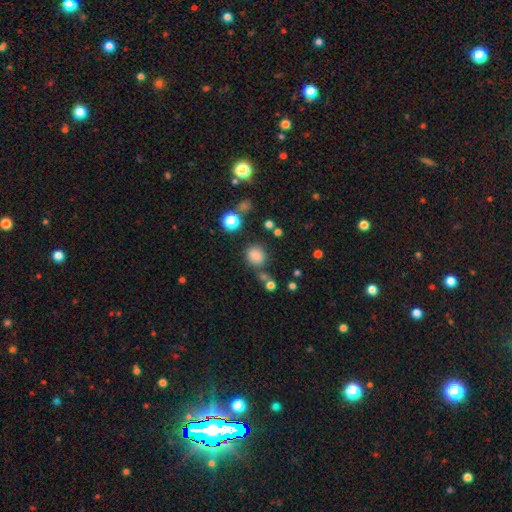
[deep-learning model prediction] The model was most divided on "merging": none: 73%, minor disturbance: 13%, merger: 10%, major disturbance: 5%. More confident: how rounded — round (85%); smooth or featured — smooth (80%).